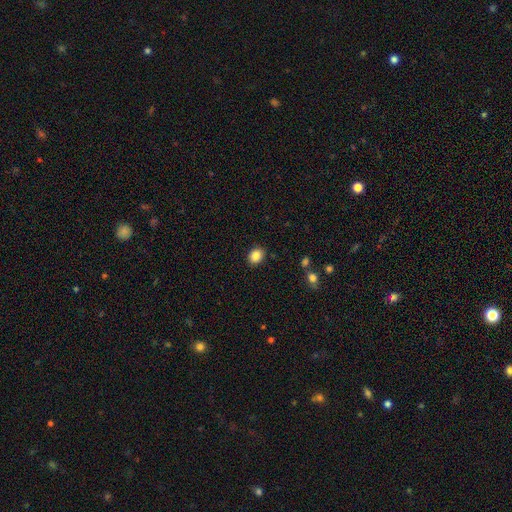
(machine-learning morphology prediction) A smooth galaxy with no disk features (86%) that is in between round and cigar-shaped (51%).

Vote fractions:
- Smooth or featured? smooth: 86% / star or artifact: 9% / featured or disk: 5%
- How rounded? in between: 51% / round: 48% / cigar-shaped: 1%
- Merging? none: 89% / minor disturbance: 7% / major disturbance: 2% / merger: 1%